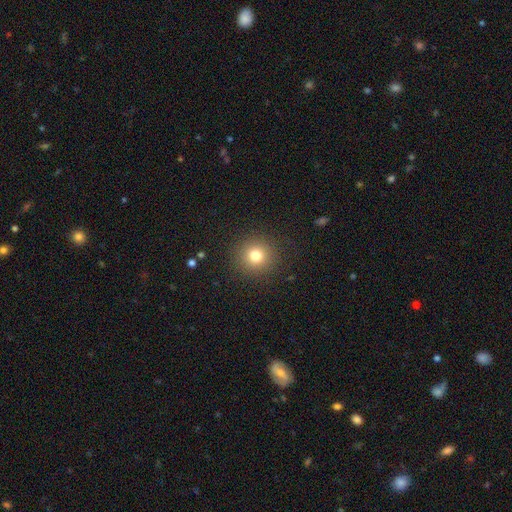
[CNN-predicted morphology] A smooth galaxy with no disk features (78%) that is round (93%). Merging: none (90%).